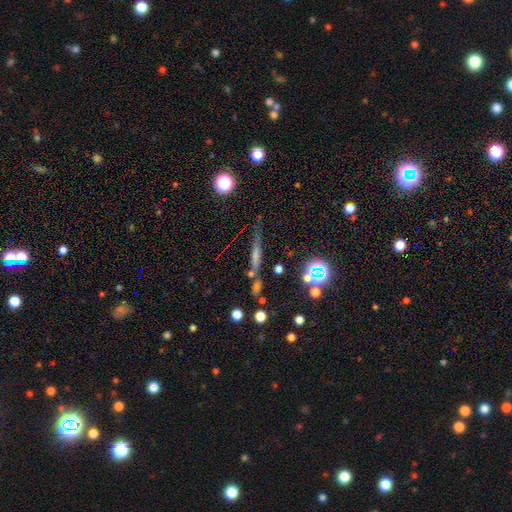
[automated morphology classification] This appears to be a smooth galaxy with no disk features (40%). Merging: none (71%).